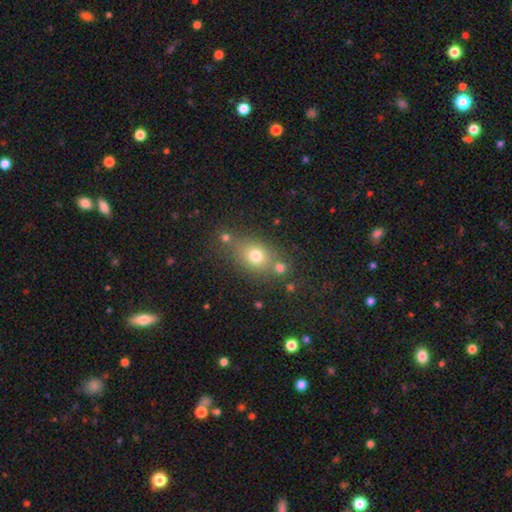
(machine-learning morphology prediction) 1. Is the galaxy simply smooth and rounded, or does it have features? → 72% smooth, 16% star or artifact, 13% featured or disk.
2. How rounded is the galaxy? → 50% in between, 47% round, 3% cigar-shaped.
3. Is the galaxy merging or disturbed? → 62% none, 18% merger, 14% minor disturbance, 6% major disturbance.